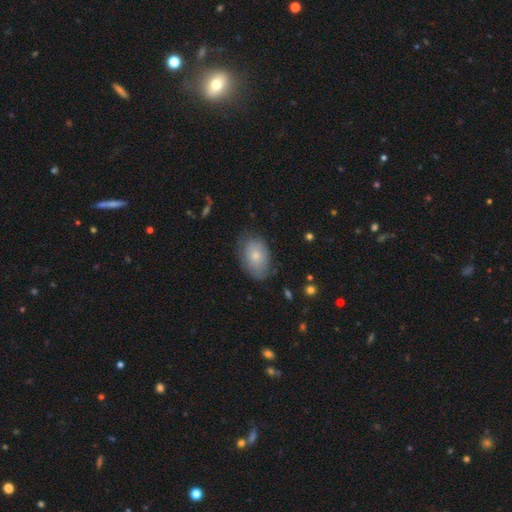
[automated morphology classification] This appears to be a smooth galaxy with no disk features (74%) that is in between round and cigar-shaped (86%). Merging: none (72%).